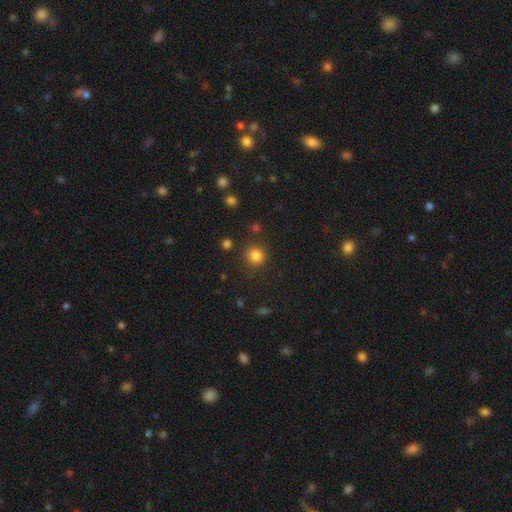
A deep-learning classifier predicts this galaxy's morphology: A smooth galaxy with no disk features (82%) that is round (89%). Merging: none (83%).